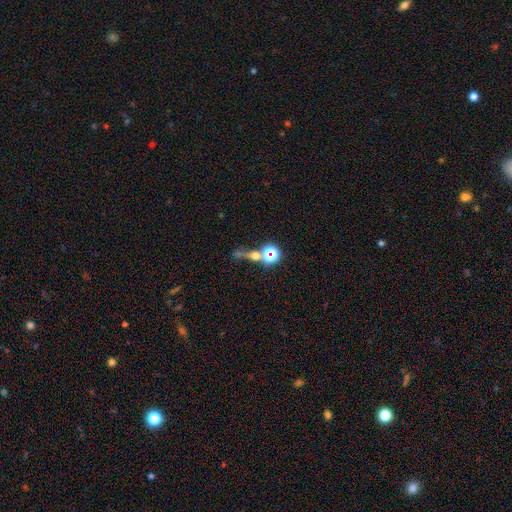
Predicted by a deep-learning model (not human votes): The model was most divided on "smooth or featured": star or artifact: 41%, smooth: 36%, featured or disk: 23%.